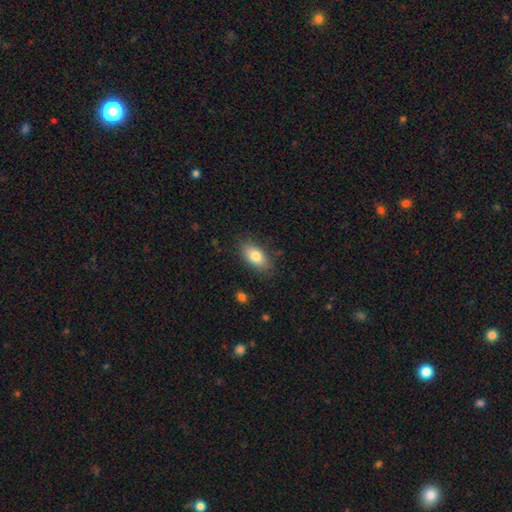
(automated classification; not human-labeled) Smooth or featured? Predicted: smooth (p=0.81). How rounded? Predicted: in between (p=0.88). Merging? Predicted: none (p=0.83).